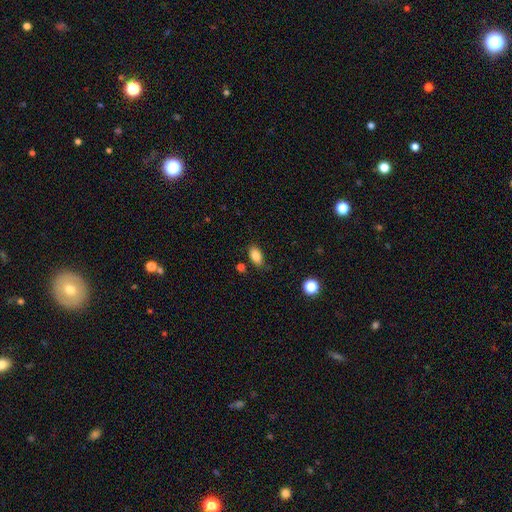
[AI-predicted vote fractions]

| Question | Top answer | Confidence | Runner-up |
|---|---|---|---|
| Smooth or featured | smooth | 84% | star or artifact (9%) |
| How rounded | in between | 90% | round (8%) |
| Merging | none | 78% | minor disturbance (16%) |